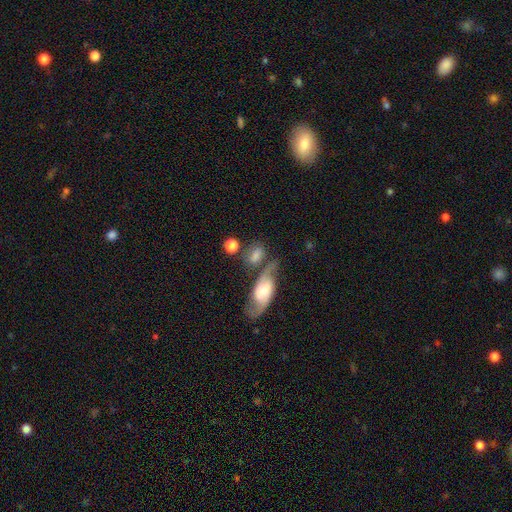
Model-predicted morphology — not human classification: smooth_or_featured: smooth (p=0.56) [alt: featured or disk p=0.34]
how_rounded: in between (p=0.63) [alt: round p=0.29]
merging: none (p=0.50) [alt: merger p=0.25]